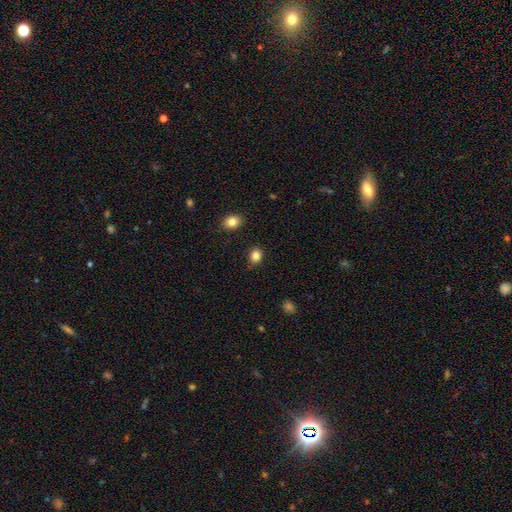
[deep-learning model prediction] A smooth galaxy with no disk features (85%) that is in between round and cigar-shaped (50%). Merging: none (83%).